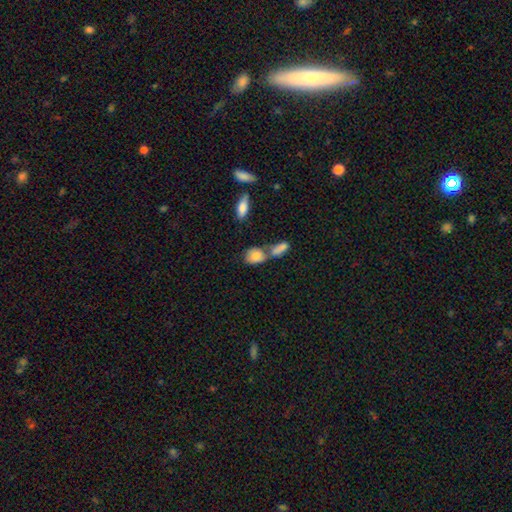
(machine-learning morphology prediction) A smooth galaxy with no disk features (79%) that is in between round and cigar-shaped (65%). Merging: none (42%).